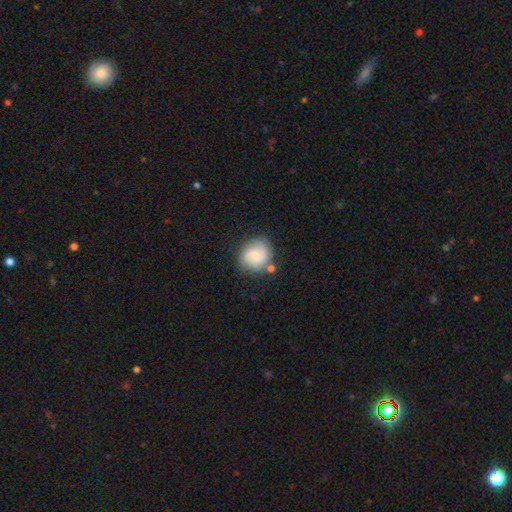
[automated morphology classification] Smooth or featured: smooth — 48% (featured or disk — 43%)
Merging: none — 66% (minor disturbance — 18%)